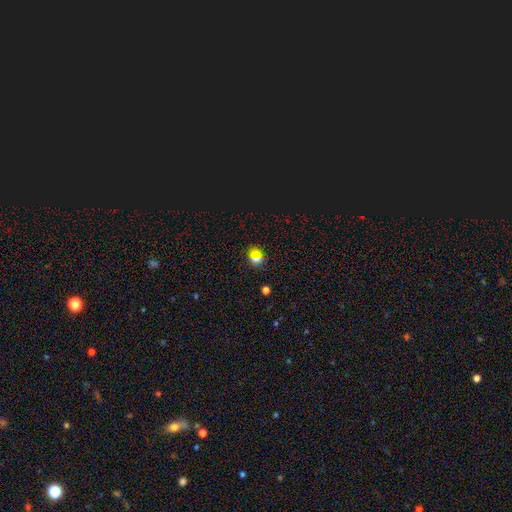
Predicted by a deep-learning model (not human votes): smooth_or_featured: smooth (p=0.63) [alt: star or artifact p=0.27]
how_rounded: round (p=0.75) [alt: in between p=0.23]
merging: none (p=0.77) [alt: merger p=0.11]